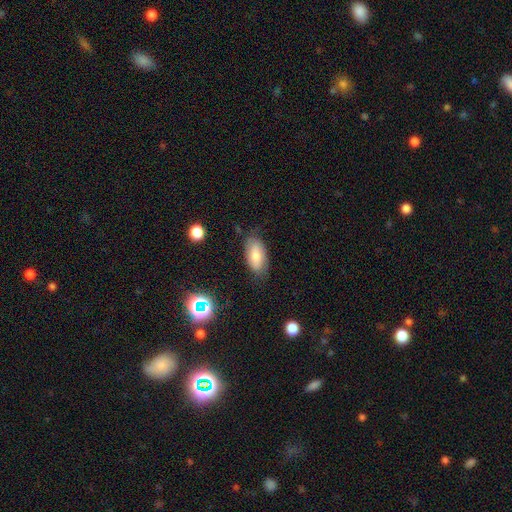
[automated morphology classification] Smooth or featured: smooth — 76% (featured or disk — 16%)
How rounded: in between — 92% (cigar-shaped — 6%)
Merging: none — 75% (minor disturbance — 19%)